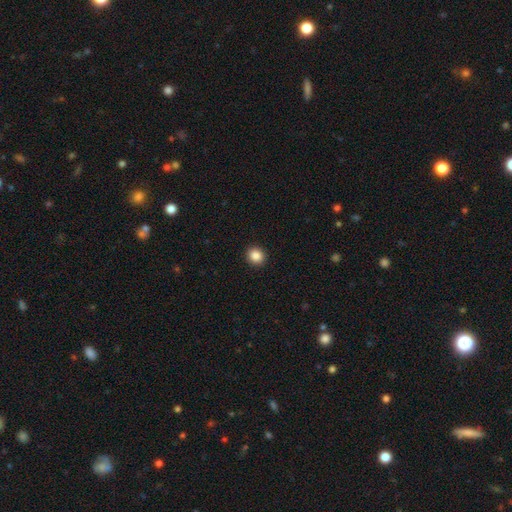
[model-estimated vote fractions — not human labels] A smooth galaxy with no disk features (87%) that is round (86%). Merging: none (93%).